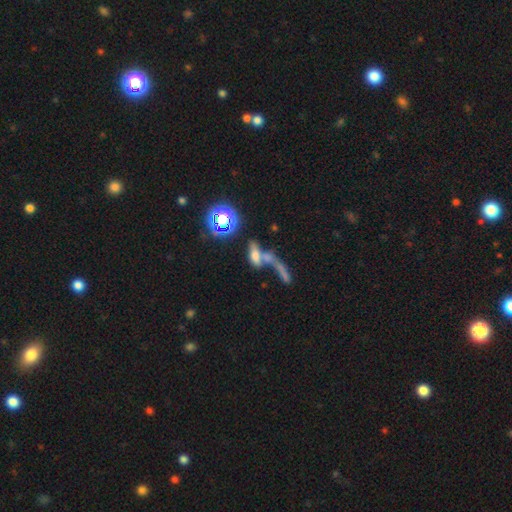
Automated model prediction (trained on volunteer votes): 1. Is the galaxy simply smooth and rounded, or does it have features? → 51% smooth, 26% featured or disk, 23% star or artifact.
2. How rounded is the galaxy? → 62% in between, 28% cigar-shaped, 10% round.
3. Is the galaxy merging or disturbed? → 60% merger, 20% none, 12% major disturbance, 8% minor disturbance.